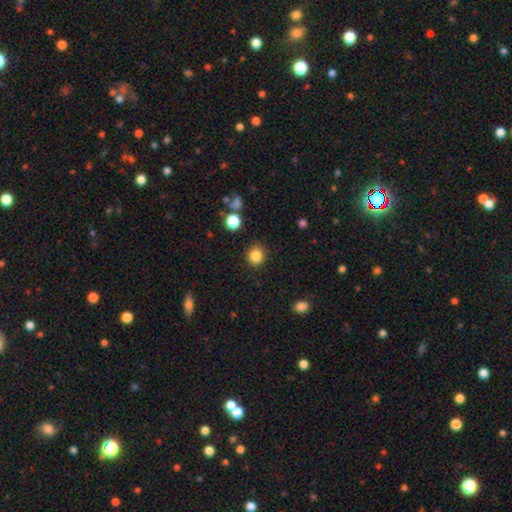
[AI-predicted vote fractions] smooth_or_featured: smooth (p=0.84) [alt: star or artifact p=0.11]
how_rounded: round (p=0.85) [alt: in between p=0.14]
merging: none (p=0.89) [alt: minor disturbance p=0.07]